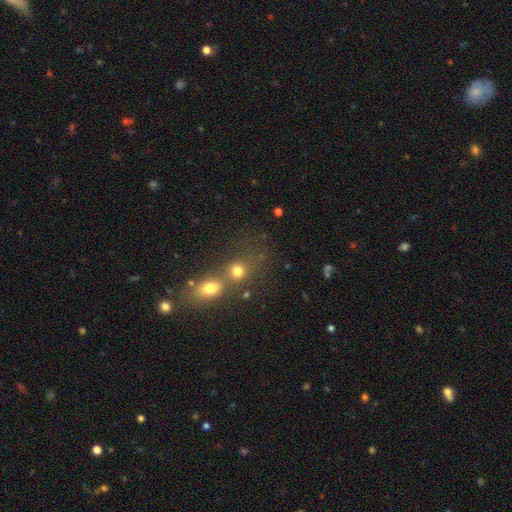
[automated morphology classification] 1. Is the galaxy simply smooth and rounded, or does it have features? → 53% smooth, 28% star or artifact, 19% featured or disk.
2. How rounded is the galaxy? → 64% round, 31% in between, 5% cigar-shaped.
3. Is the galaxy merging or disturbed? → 64% merger, 25% none, 6% minor disturbance, 5% major disturbance.